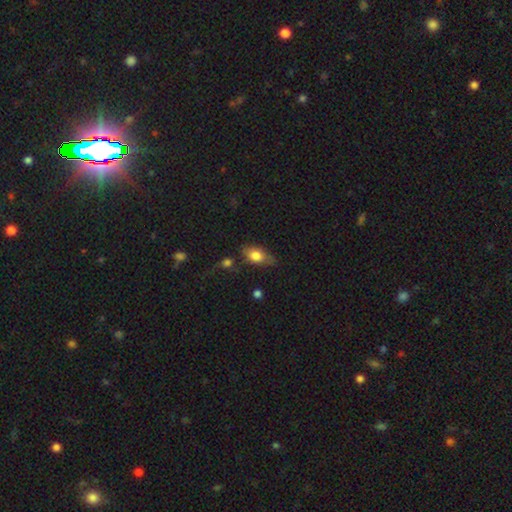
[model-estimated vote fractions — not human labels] Overall: smooth (75%). How rounded: in between (81%). Merging: none (60%; minor disturbance 26%).